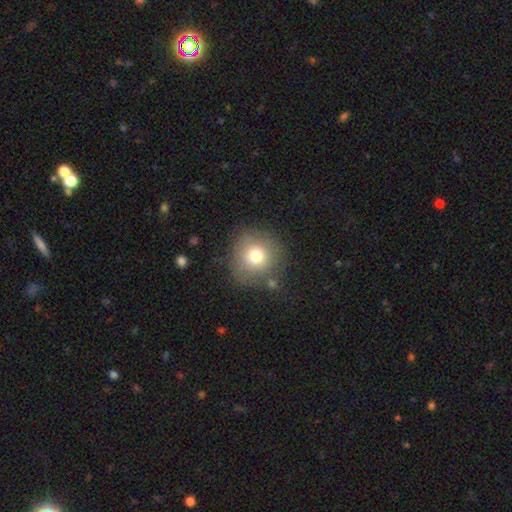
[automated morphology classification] Q: Smooth or featured?
A: smooth (75%); runner-up: featured or disk (13%)
Q: How rounded?
A: round (93%); runner-up: in between (6%)
Q: Merging?
A: none (80%); runner-up: minor disturbance (12%)